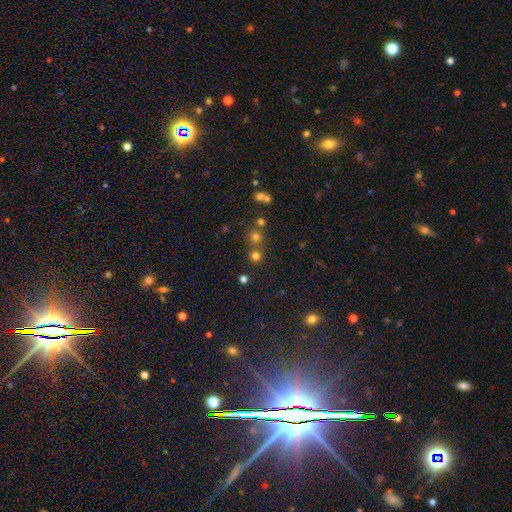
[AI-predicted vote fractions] Smooth or featured: smooth — 69% (star or artifact — 24%)
How rounded: round — 92% (in between — 7%)
Merging: none — 68% (merger — 23%)